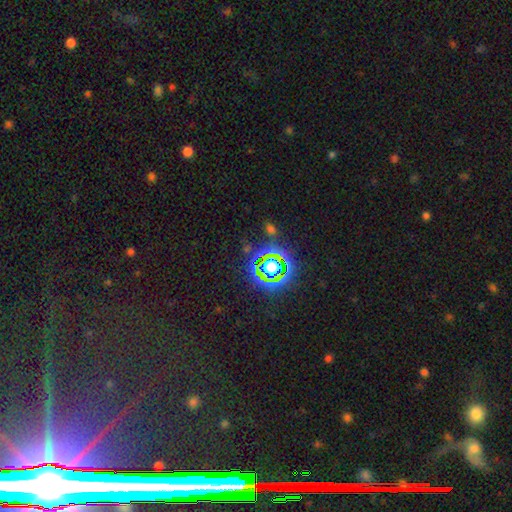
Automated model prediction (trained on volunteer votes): Overall: star or artifact (73%).